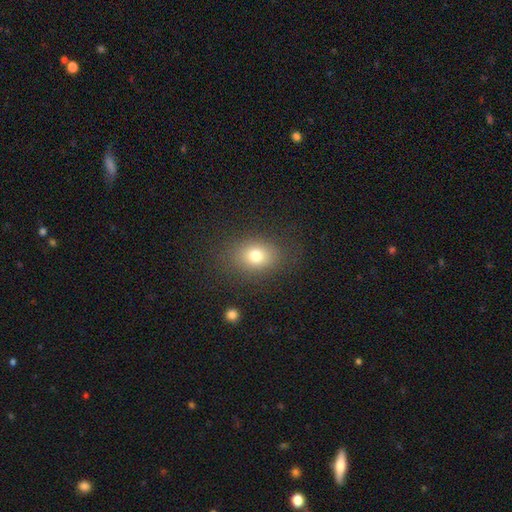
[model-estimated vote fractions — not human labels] smooth 75%, star or artifact 13%, featured or disk 11%. Down the decision tree: how rounded — in between (58%); merging — none (80%).